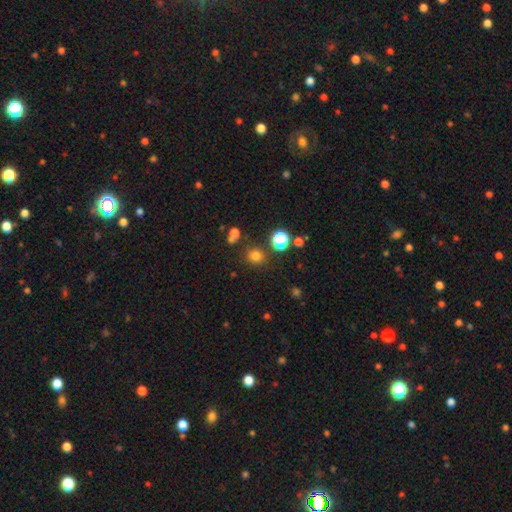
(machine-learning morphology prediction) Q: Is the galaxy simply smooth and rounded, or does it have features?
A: smooth — 75%.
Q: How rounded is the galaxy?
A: round — 88%.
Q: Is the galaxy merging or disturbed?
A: none — 82%.